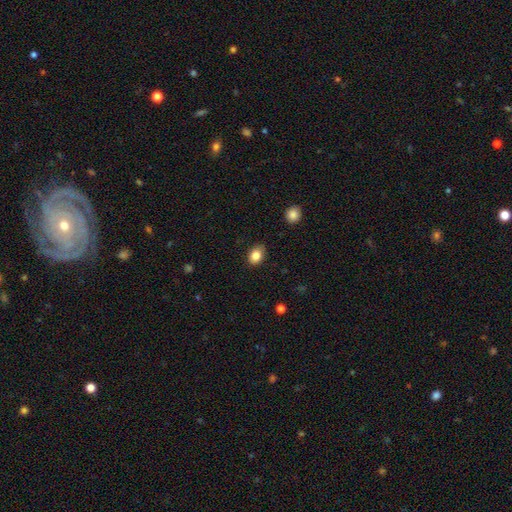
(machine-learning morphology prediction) Smooth or featured? smooth (85%)
How rounded? in between (71%)
Merging? none (84%)